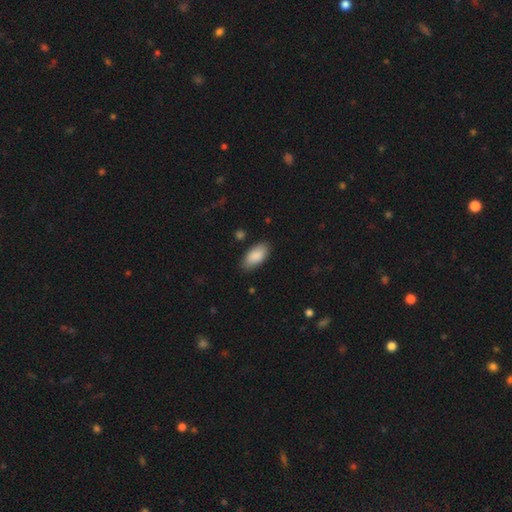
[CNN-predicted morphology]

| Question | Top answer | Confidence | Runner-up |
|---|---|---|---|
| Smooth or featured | smooth | 89% | star or artifact (6%) |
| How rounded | in between | 93% | cigar-shaped (5%) |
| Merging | none | 84% | minor disturbance (12%) |